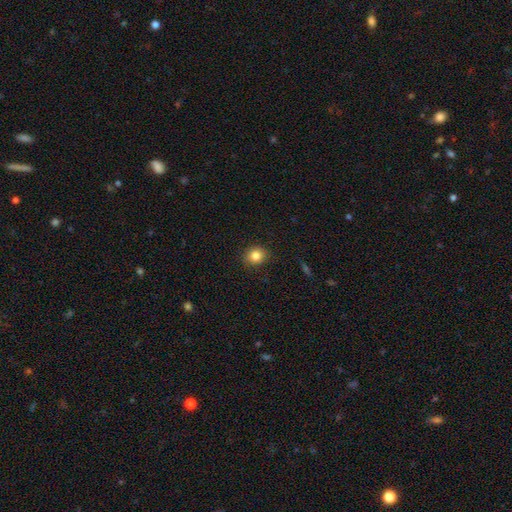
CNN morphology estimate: This is clearly a smooth galaxy (83%). How rounded: likely round (80%). Merging: clearly none (89%).